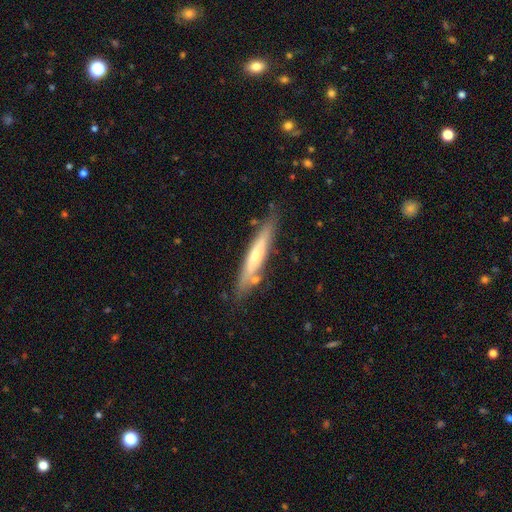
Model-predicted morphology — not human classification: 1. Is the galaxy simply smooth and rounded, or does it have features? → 54% featured or disk, 40% smooth, 6% star or artifact.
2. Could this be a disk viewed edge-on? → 85% yes, 15% no.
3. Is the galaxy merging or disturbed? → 80% none, 13% minor disturbance, 5% merger, 3% major disturbance.